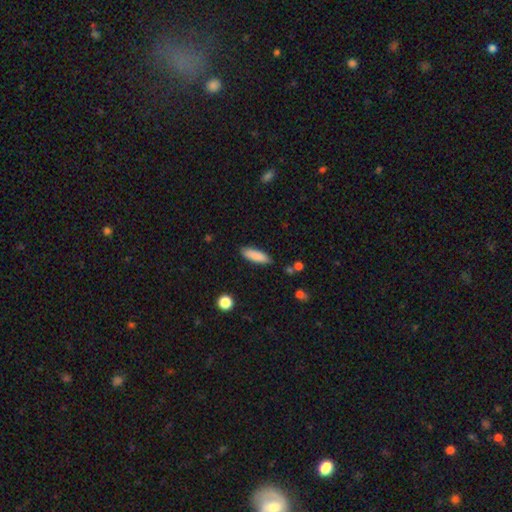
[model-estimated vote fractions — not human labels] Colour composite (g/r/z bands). It shows a smooth galaxy with no disk features (87%) that is cigar-shaped (51%). Merging: none (86%).